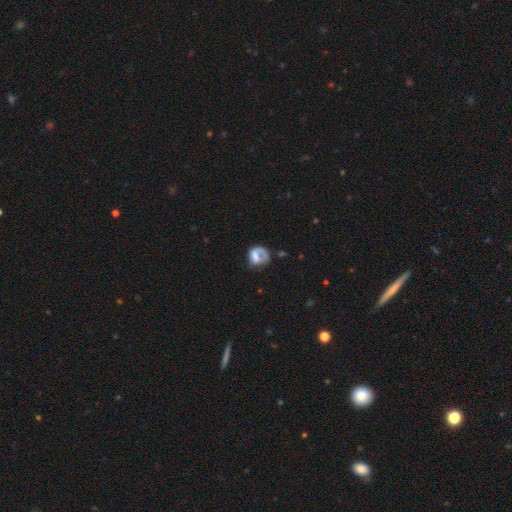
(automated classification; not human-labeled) The model was most divided on "merging": major disturbance: 37%, none: 36%, minor disturbance: 20%, merger: 7%. More confident: how rounded — round (54%); smooth or featured — smooth (51%).